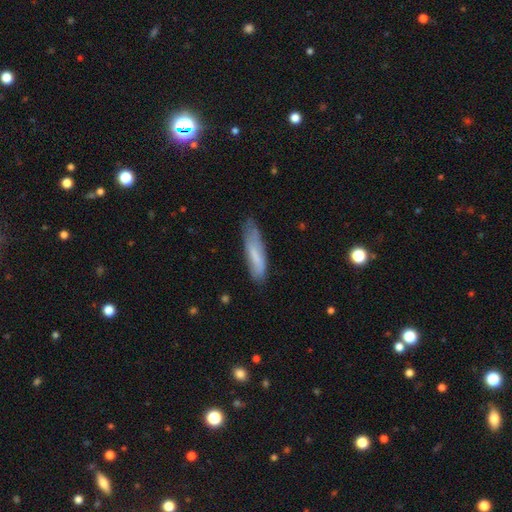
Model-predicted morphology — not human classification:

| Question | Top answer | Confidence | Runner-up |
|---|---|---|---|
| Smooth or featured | smooth | 69% | featured or disk (24%) |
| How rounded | cigar-shaped | 70% | in between (29%) |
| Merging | none | 64% | minor disturbance (27%) |